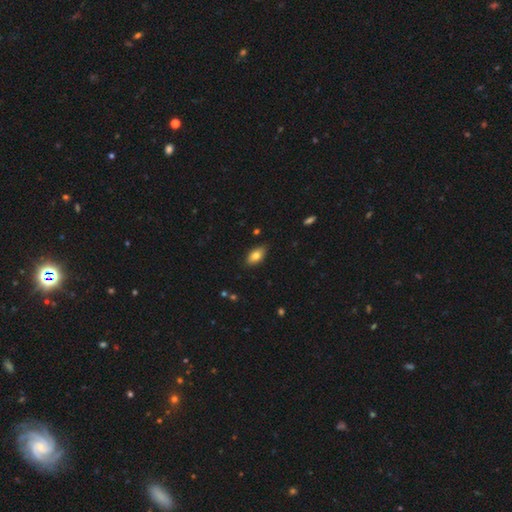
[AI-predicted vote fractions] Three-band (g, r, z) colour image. It shows a smooth galaxy with no disk features (77%) that is in between round and cigar-shaped (89%). Merging: none (85%).